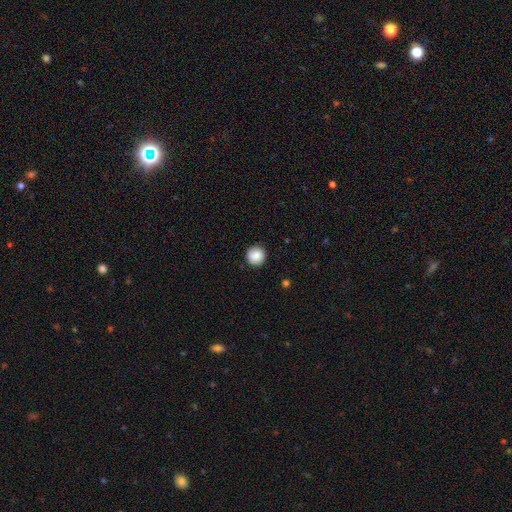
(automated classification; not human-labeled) This is clearly a smooth galaxy (87%). How rounded: clearly round (95%). Merging: clearly none (90%).